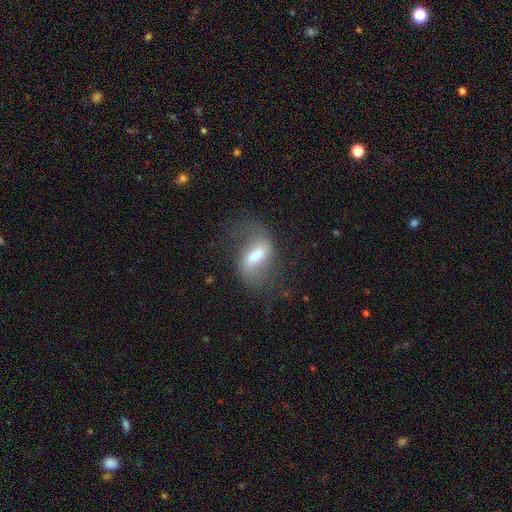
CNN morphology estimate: Q: Smooth or featured?
A: featured or disk (61%); runner-up: smooth (30%)
Q: Edge-on disk?
A: no (91%); runner-up: yes (9%)
Q: Bar?
A: strong (45%); runner-up: weak (42%)
Q: Spiral arms?
A: yes (76%); runner-up: no (24%)
Q: Bulge size?
A: moderate (49%); runner-up: large (22%)
Q: Merging?
A: none (54%); runner-up: major disturbance (22%)